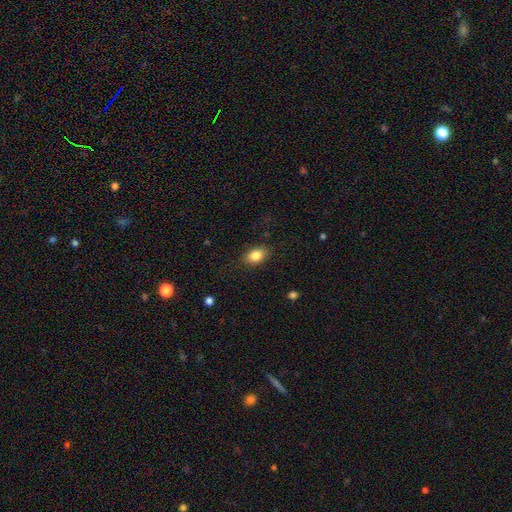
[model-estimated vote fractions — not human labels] Smooth or featured: smooth — 83% (star or artifact — 8%)
How rounded: in between — 79% (round — 19%)
Merging: none — 84% (minor disturbance — 11%)